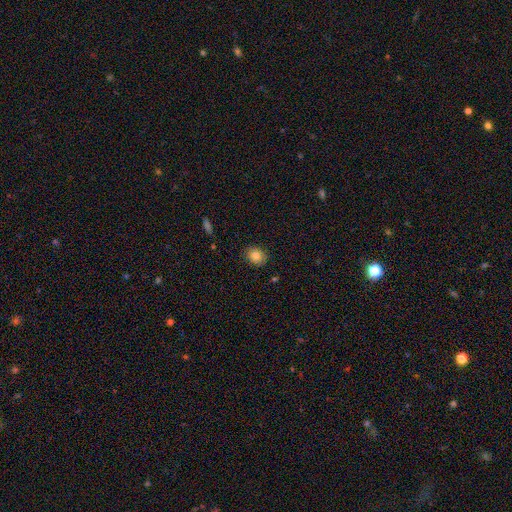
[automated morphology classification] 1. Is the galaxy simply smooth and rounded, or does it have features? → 82% smooth, 10% star or artifact, 8% featured or disk.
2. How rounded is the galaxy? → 68% round, 31% in between, 1% cigar-shaped.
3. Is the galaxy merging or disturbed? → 87% none, 10% minor disturbance, 2% major disturbance, 1% merger.